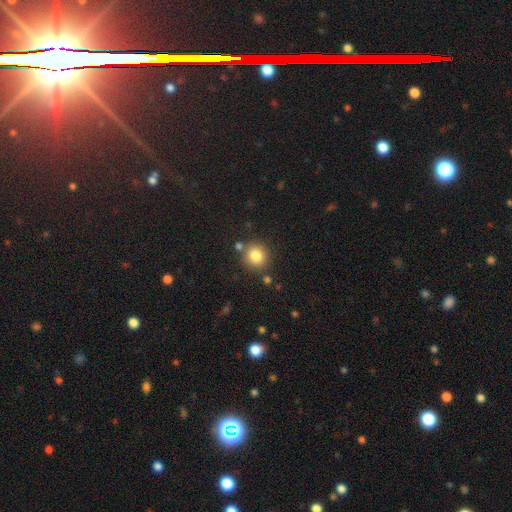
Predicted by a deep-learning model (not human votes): The model was most divided on "smooth or featured": smooth: 82%, star or artifact: 11%, featured or disk: 7%. More confident: how rounded — round (89%); merging — none (81%).